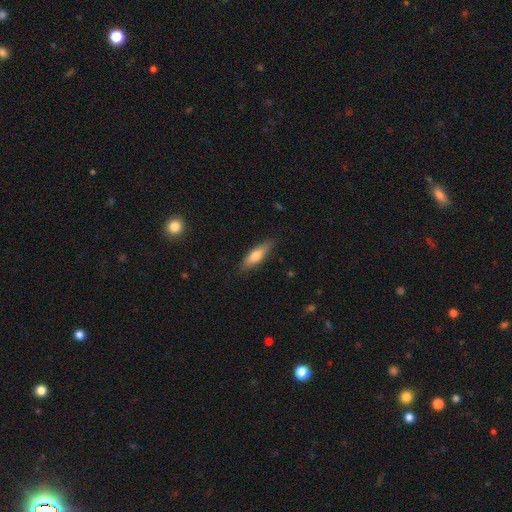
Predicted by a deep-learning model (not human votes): Smooth or featured? Predicted: smooth (p=0.66). How rounded? Predicted: cigar-shaped (p=0.56). Merging? Predicted: none (p=0.84).